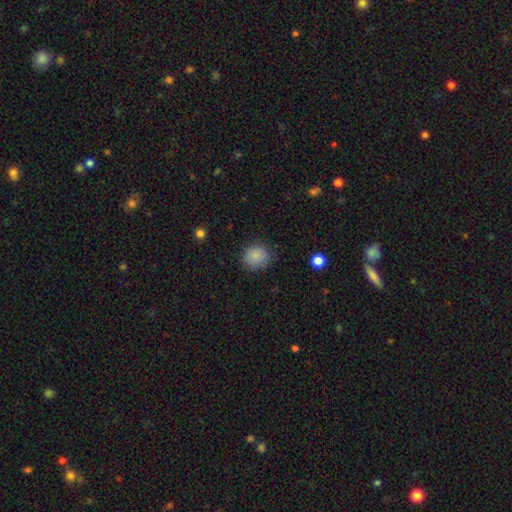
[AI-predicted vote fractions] smooth_or_featured: smooth (p=0.86) [alt: star or artifact p=0.10]
how_rounded: round (p=0.84) [alt: in between p=0.16]
merging: none (p=0.85) [alt: minor disturbance p=0.11]